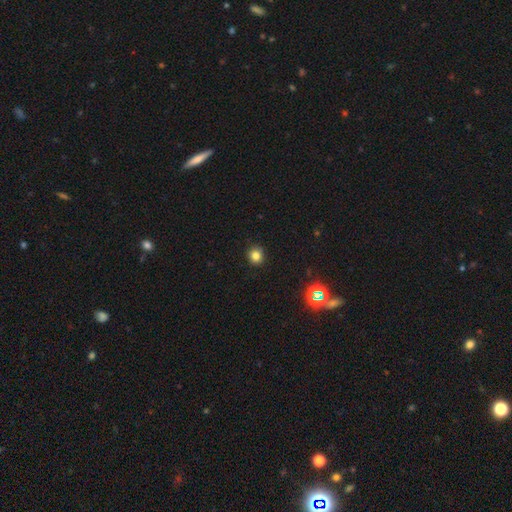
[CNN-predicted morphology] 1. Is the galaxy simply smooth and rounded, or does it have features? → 80% smooth, 15% star or artifact, 5% featured or disk.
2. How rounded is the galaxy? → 86% round, 13% in between, 1% cigar-shaped.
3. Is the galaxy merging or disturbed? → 91% none, 7% minor disturbance, 2% major disturbance, 1% merger.